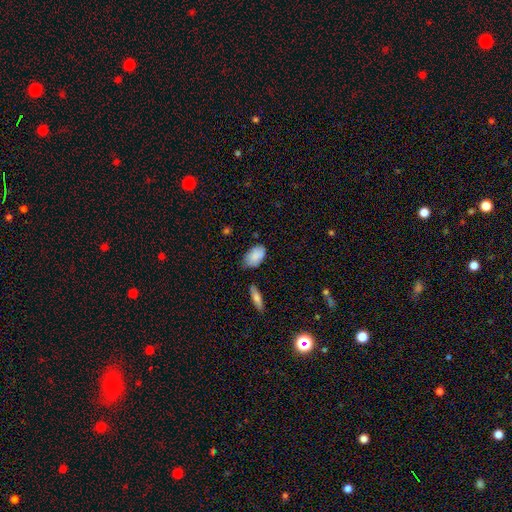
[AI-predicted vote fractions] This is clearly a smooth galaxy (84%). How rounded: clearly in between (93%). Merging: likely none (63%).